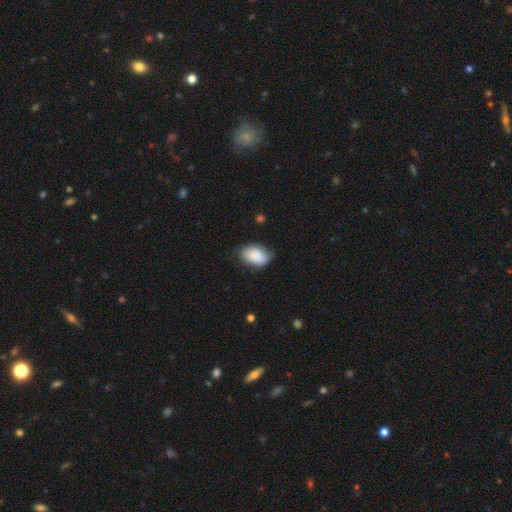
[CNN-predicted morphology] This is clearly a smooth galaxy (89%). How rounded: clearly in between (88%). Merging: likely none (74%).